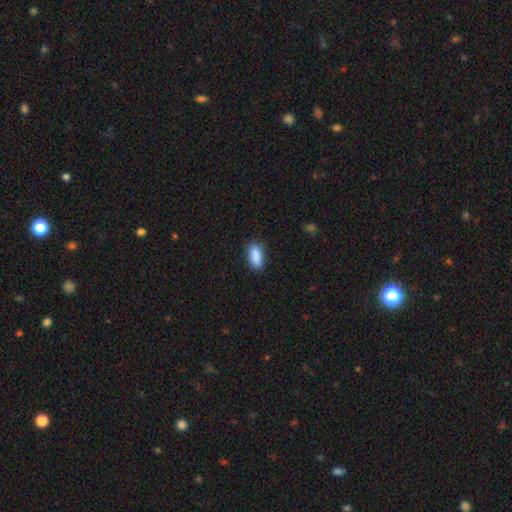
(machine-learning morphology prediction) Smooth or featured?
  - smooth: 89% *
  - star or artifact: 7%
  - featured or disk: 4%
How rounded?
  - in between: 84% *
  - cigar-shaped: 13%
  - round: 3%
Merging?
  - none: 83% *
  - minor disturbance: 13%
  - major disturbance: 3%
  - merger: 1%